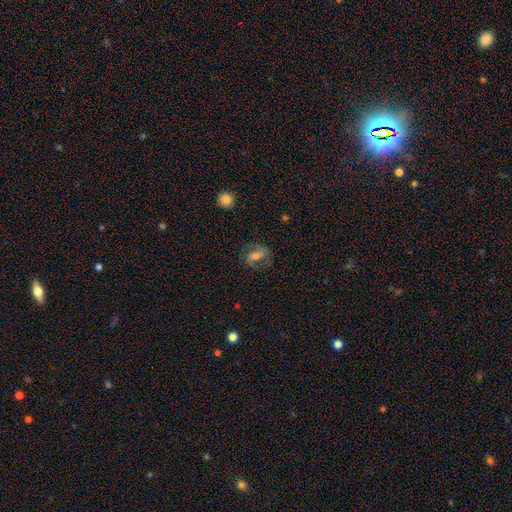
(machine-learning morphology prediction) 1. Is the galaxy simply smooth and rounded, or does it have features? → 63% featured or disk, 28% smooth, 9% star or artifact.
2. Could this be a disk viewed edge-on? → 96% no, 4% yes.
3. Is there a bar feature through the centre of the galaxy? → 45% weak, 28% strong, 27% no.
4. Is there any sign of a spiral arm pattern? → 89% yes, 11% no.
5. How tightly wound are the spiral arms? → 52% medium, 28% loose, 20% tight.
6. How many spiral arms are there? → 87% 2, 6% can't tell, 4% 1, 1% 3, 1% 4, 1% more than 4.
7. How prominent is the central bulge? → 51% moderate, 28% small, 12% large, 8% none, 2% dominant.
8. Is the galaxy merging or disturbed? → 74% none, 16% minor disturbance, 9% major disturbance, 2% merger.